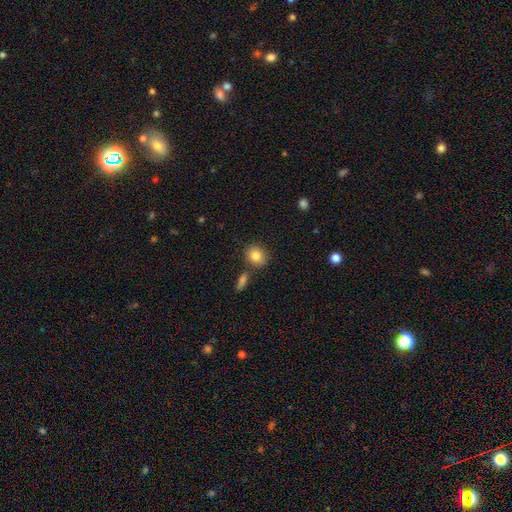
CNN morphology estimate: Q: Smooth or featured?
A: smooth (83%); runner-up: star or artifact (9%)
Q: How rounded?
A: round (67%); runner-up: in between (32%)
Q: Merging?
A: none (77%); runner-up: merger (10%)